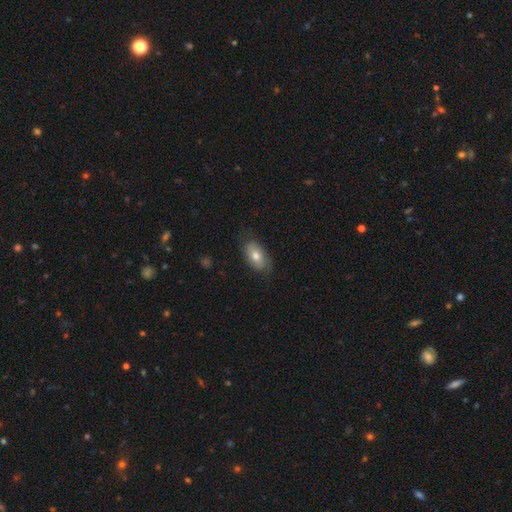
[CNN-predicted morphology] Smooth or featured?
  - smooth: 67% *
  - featured or disk: 26%
  - star or artifact: 7%
How rounded?
  - in between: 91% *
  - round: 6%
  - cigar-shaped: 3%
Merging?
  - none: 74% *
  - minor disturbance: 19%
  - major disturbance: 6%
  - merger: 1%